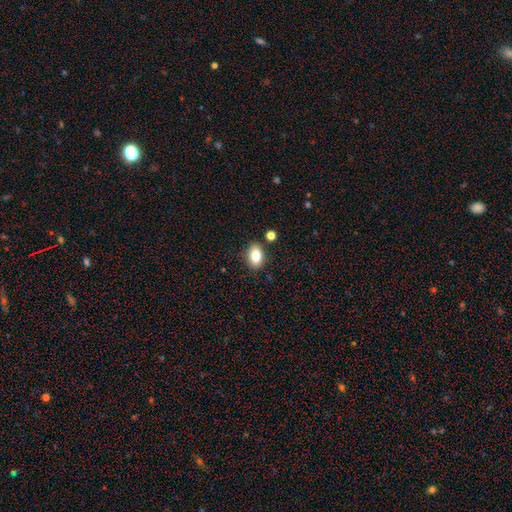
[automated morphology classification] smooth_or_featured: smooth (p=0.84) [alt: star or artifact p=0.08]
how_rounded: in between (p=0.85) [alt: round p=0.13]
merging: none (p=0.82) [alt: minor disturbance p=0.11]